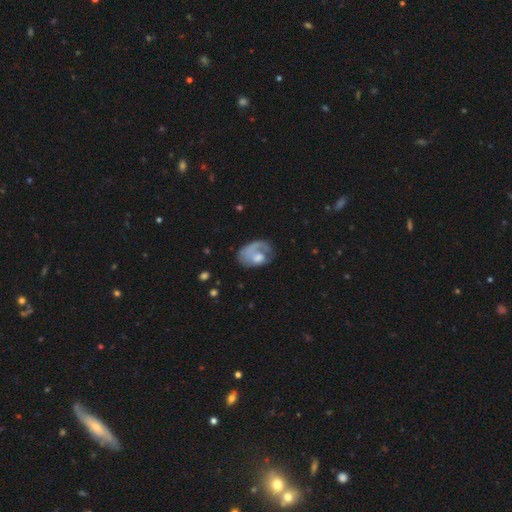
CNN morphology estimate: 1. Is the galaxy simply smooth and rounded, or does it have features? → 50% featured or disk, 43% smooth, 7% star or artifact.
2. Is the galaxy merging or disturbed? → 37% major disturbance, 36% none, 22% minor disturbance, 5% merger.